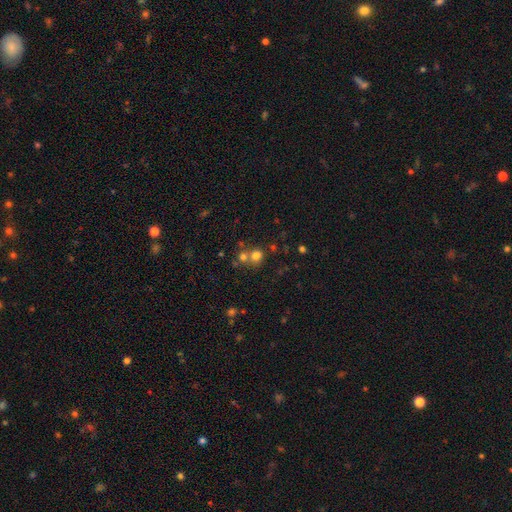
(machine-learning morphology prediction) This is likely a smooth galaxy (71%). How rounded: clearly round (82%). Merging: possibly none (50%).